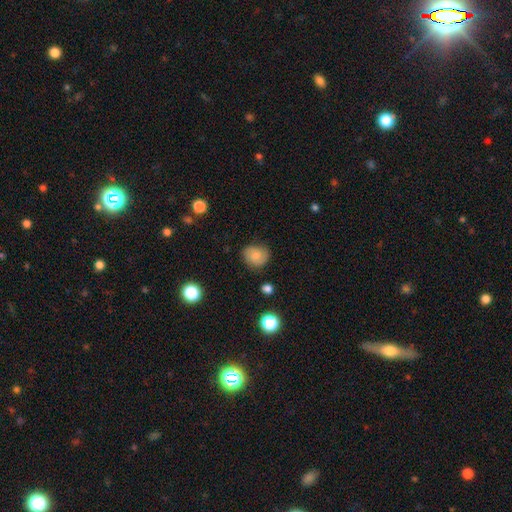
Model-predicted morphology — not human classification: Smooth or featured: smooth — 72% (featured or disk — 18%)
How rounded: round — 72% (in between — 27%)
Merging: none — 74% (minor disturbance — 19%)